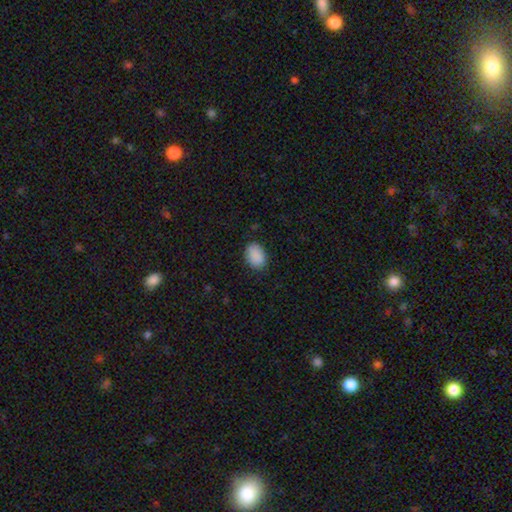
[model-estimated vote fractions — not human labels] Smooth or featured? Predicted: smooth (p=0.90). How rounded? Predicted: in between (p=0.84). Merging? Predicted: none (p=0.83).